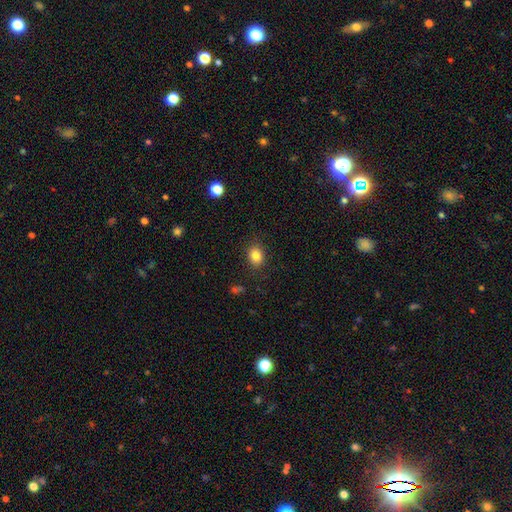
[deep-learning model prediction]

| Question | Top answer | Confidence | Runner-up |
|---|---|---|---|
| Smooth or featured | smooth | 85% | star or artifact (10%) |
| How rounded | in between | 55% | round (44%) |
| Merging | none | 85% | minor disturbance (10%) |